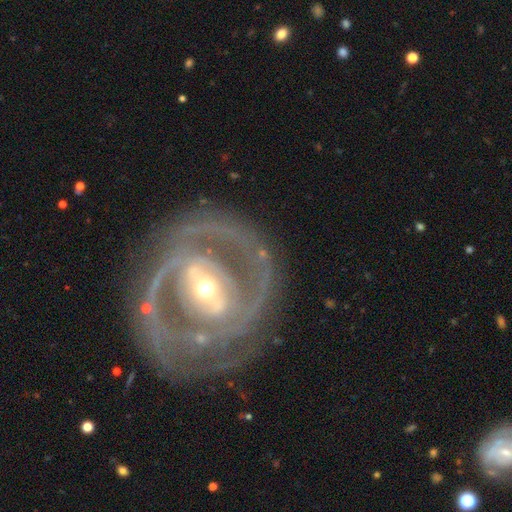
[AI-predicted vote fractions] This appears to be a featured or disk galaxy (87%) with a strong bar (43%), 2 (61%) tight (53%) spiral arms (83%) and a moderate central bulge (49%). Merging: none (70%).